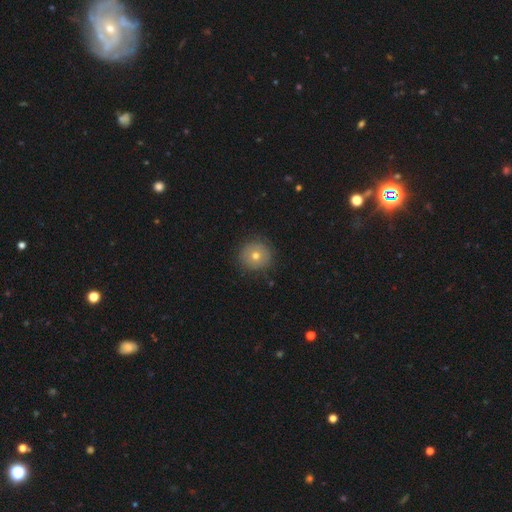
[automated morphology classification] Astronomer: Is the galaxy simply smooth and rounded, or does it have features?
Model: smooth — 65%.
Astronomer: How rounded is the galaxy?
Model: round — 94%.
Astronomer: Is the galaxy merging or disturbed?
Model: none — 88%.